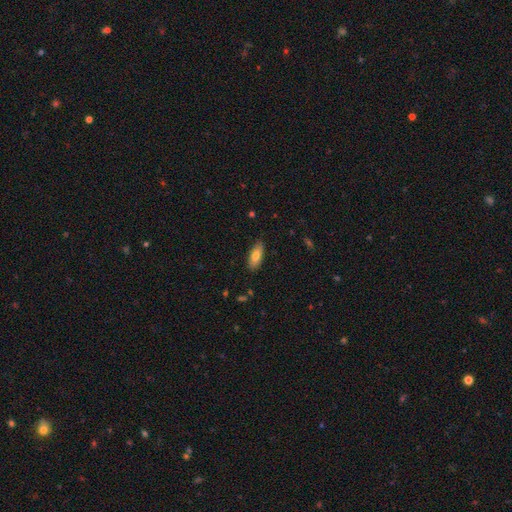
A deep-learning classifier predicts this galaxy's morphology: smooth 78%, featured or disk 15%, star or artifact 6%. Down the decision tree: how rounded — in between (78%); merging — none (86%).